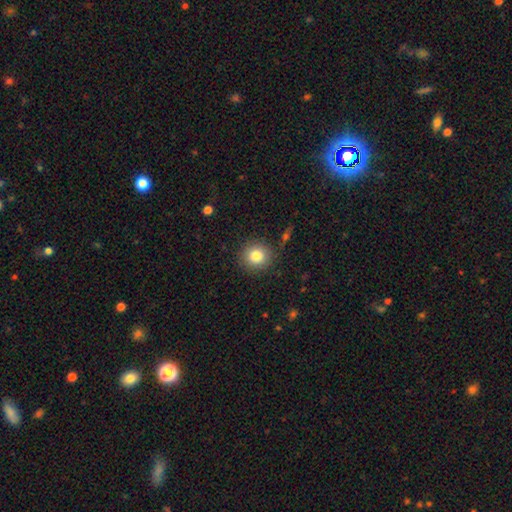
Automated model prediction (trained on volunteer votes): Smooth or featured?
  - smooth: 82% *
  - star or artifact: 10%
  - featured or disk: 8%
How rounded?
  - round: 91% *
  - in between: 8%
  - cigar-shaped: 1%
Merging?
  - none: 88% *
  - minor disturbance: 7%
  - major disturbance: 3%
  - merger: 2%